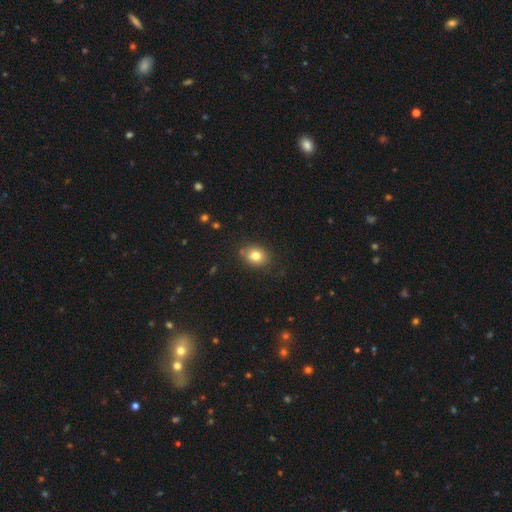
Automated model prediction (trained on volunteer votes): Smooth or featured: smooth — 79% (star or artifact — 12%)
How rounded: round — 56% (in between — 43%)
Merging: none — 81% (minor disturbance — 13%)